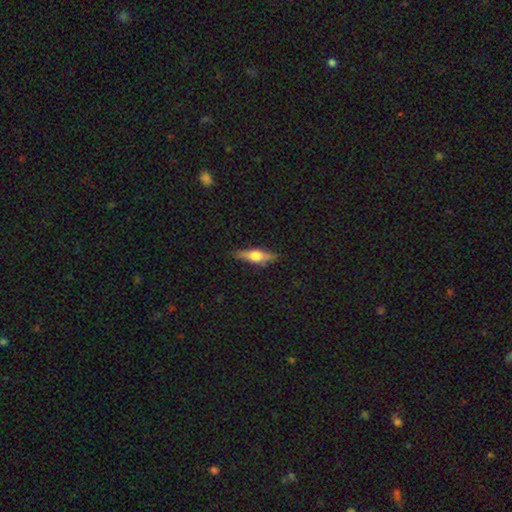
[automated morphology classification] smooth-or-featured: featured or disk: 49% | smooth: 45% | star or artifact: 6%
  merging: none: 86% | minor disturbance: 11% | major disturbance: 2% | merger: 1%